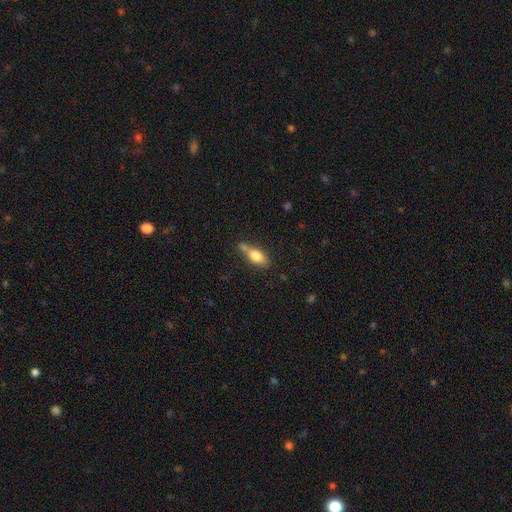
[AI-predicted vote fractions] Overall: smooth (75%). How rounded: in between (77%). Merging: none (46%; merger 25%).